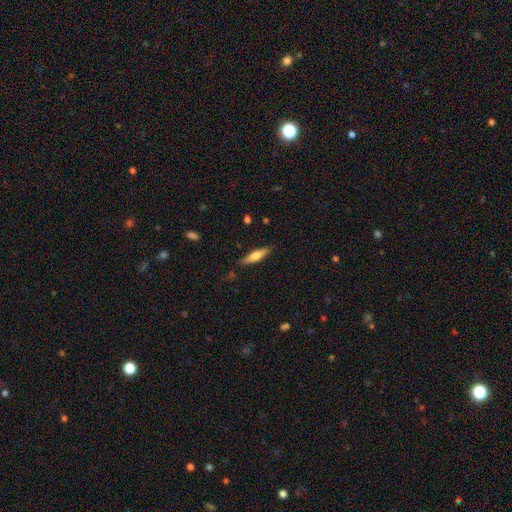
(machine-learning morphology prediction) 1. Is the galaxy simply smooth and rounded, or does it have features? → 52% smooth, 42% featured or disk, 6% star or artifact.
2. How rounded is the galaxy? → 77% cigar-shaped, 21% in between, 2% round.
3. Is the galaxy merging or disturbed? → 85% none, 11% minor disturbance, 2% major disturbance, 2% merger.